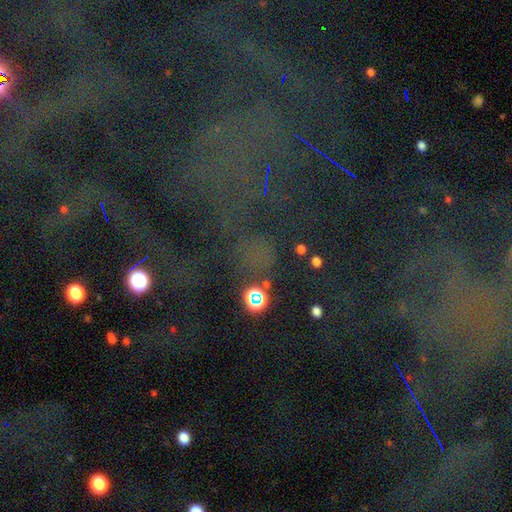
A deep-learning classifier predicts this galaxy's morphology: smooth_or_featured: star or artifact (p=0.70) [alt: smooth p=0.19]